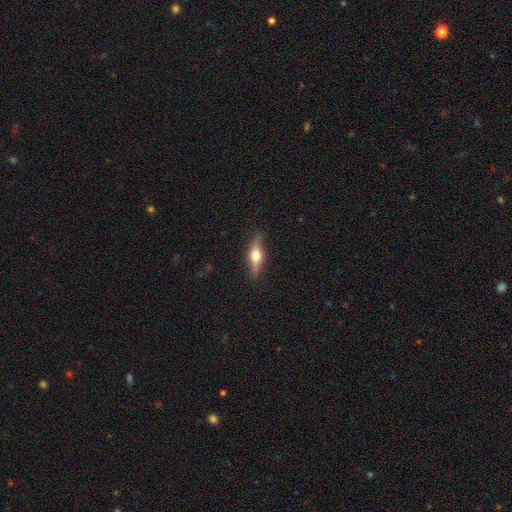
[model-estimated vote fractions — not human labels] This appears to be a featured or disk galaxy (52%) viewed edge-on (93%). Merging: none (85%).